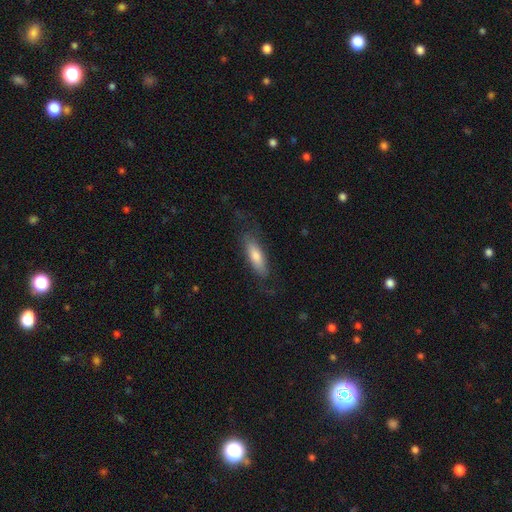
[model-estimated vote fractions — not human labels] Overall: smooth (57%; featured or disk 35%). How rounded: cigar-shaped (55%; in between 43%). Merging: none (69%).